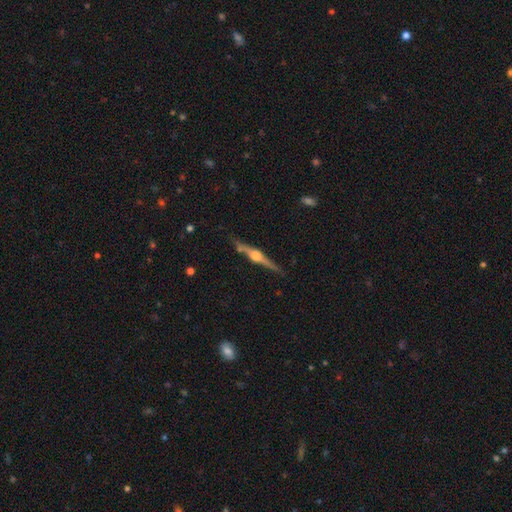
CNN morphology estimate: A featured or disk galaxy (81%) viewed edge-on (98%) with a rounded central bulge (92%). Merging: none (86%).